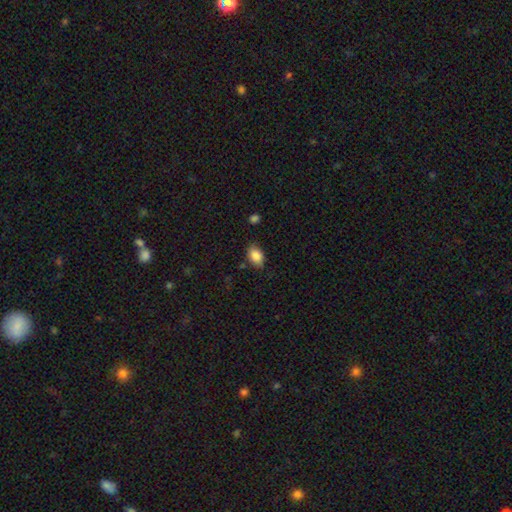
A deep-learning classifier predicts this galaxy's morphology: Smooth or featured?
  - smooth: 86% *
  - star or artifact: 8%
  - featured or disk: 6%
How rounded?
  - in between: 84% *
  - round: 14%
  - cigar-shaped: 1%
Merging?
  - none: 76% *
  - minor disturbance: 19%
  - major disturbance: 4%
  - merger: 2%